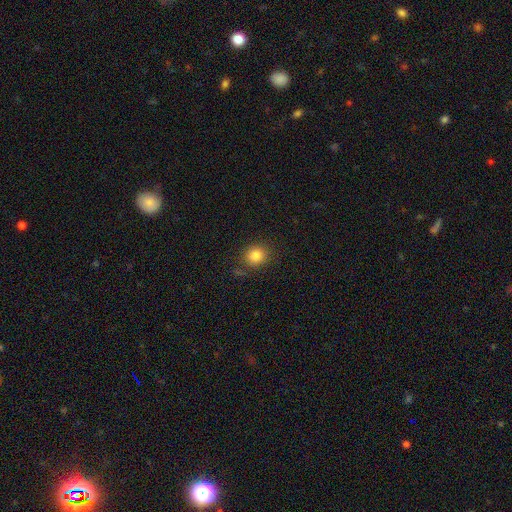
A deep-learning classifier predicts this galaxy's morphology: Smooth or featured? Predicted: smooth (p=0.83). How rounded? Predicted: round (p=0.78). Merging? Predicted: none (p=0.82).